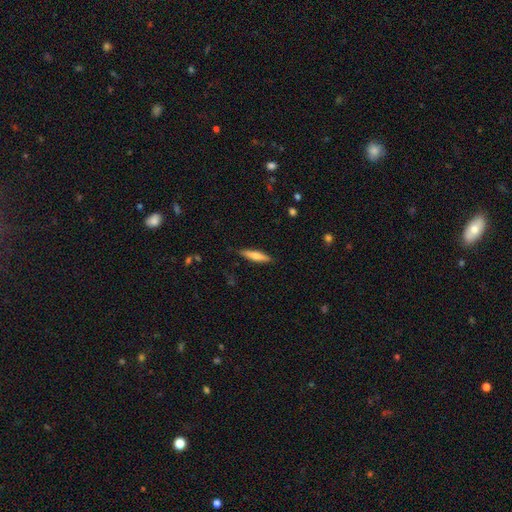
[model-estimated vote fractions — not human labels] Smooth or featured? Predicted: smooth (p=0.64). How rounded? Predicted: cigar-shaped (p=0.81). Merging? Predicted: none (p=0.85).